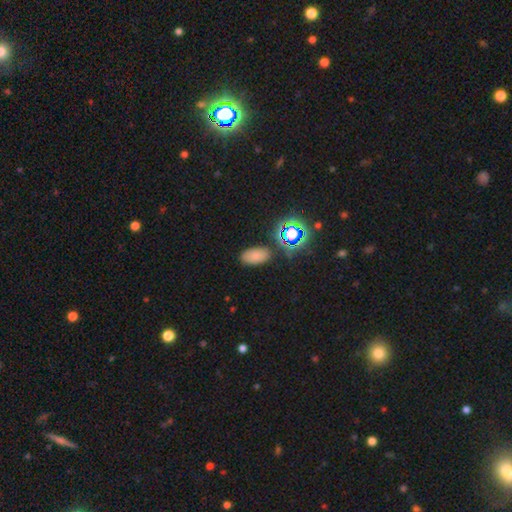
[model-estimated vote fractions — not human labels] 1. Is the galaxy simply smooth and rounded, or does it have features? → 72% smooth, 21% star or artifact, 7% featured or disk.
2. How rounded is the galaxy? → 93% in between, 5% round, 3% cigar-shaped.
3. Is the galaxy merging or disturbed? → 83% none, 11% minor disturbance, 3% major disturbance, 3% merger.